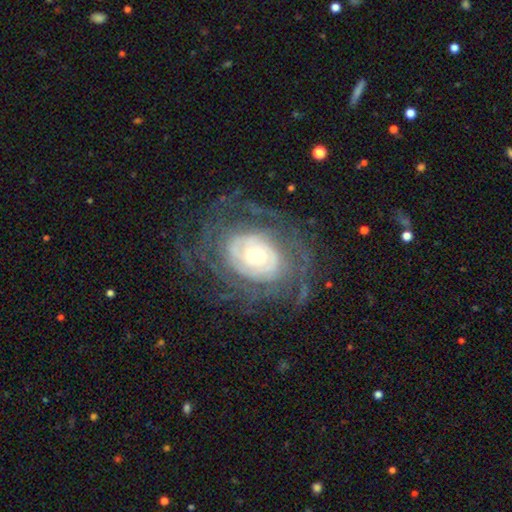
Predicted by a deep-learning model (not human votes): Overall: featured or disk (84%). Edge-on disk: no (96%). Bar: no (69%). Spiral arms: yes (89%). Spiral arm count: can't tell (47%; 2 16%). Spiral winding: tight (68%). Bulge size: moderate (51%; small 38%). Merging: none (68%).